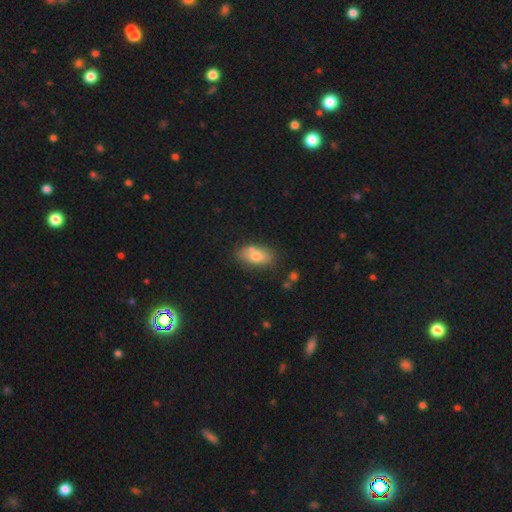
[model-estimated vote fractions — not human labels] Overall: smooth (71%). How rounded: in between (87%). Merging: none (66%).